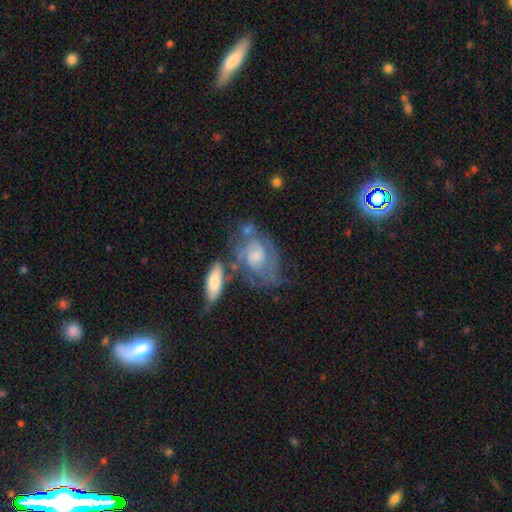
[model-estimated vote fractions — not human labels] This is likely a featured or disk galaxy (71%). It is clearly not viewed edge-on (95%). Bar: likely no (68%). Spiral arm pattern: clearly yes (80%). Spiral arm count: marginally can't tell (40%). Spiral winding: marginally tight (45%). Central bulge: possibly moderate (45%). Merging: marginally none (44%).